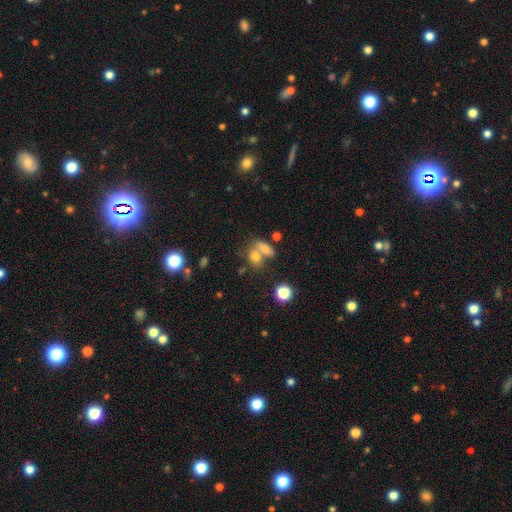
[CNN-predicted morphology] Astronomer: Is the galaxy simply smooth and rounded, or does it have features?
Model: smooth — 69%.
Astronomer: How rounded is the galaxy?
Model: in between — 65%.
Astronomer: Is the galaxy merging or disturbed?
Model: merger — 46% (runner-up: none, 38%).